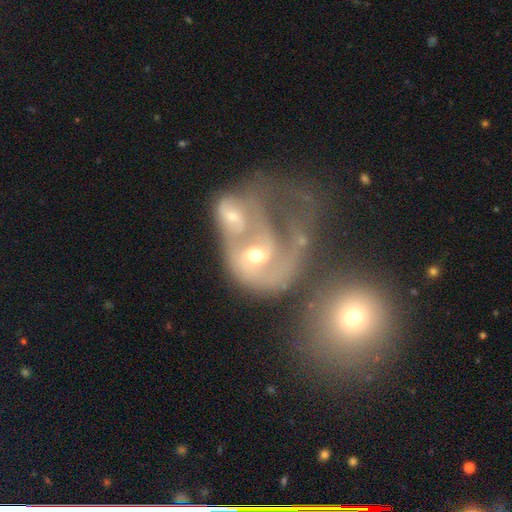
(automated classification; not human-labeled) The model was most divided on "spiral winding": medium: 40%, tight: 32%, loose: 27%. Remaining: edge-on disk — no (96%); spiral arms — yes (80%); merging — merger (76%); smooth or featured — featured or disk (75%); bulge size — moderate (63%); bar — no (59%); spiral arm count — 2 (41%).